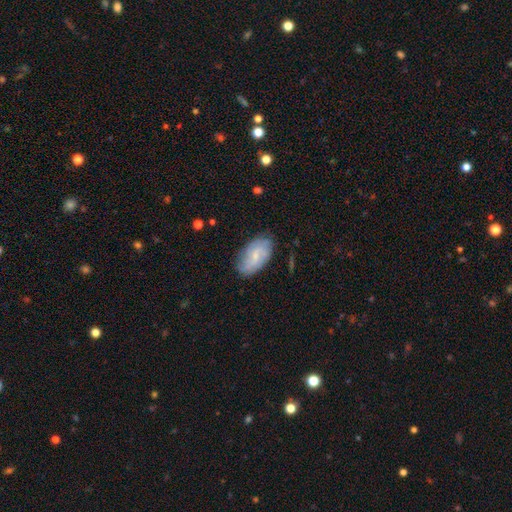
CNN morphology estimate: featured or disk 52%, smooth 41%, star or artifact 7%. Down the decision tree: edge-on disk — no (95%); merging — none (73%).